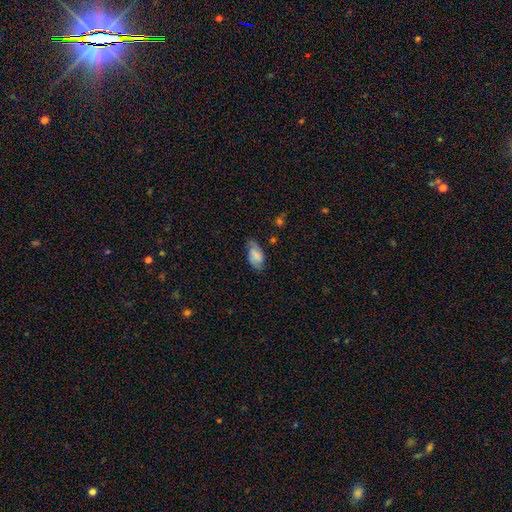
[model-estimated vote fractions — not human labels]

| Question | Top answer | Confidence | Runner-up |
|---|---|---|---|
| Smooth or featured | smooth | 66% | featured or disk (26%) |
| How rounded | in between | 92% | round (4%) |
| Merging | none | 62% | minor disturbance (29%) |